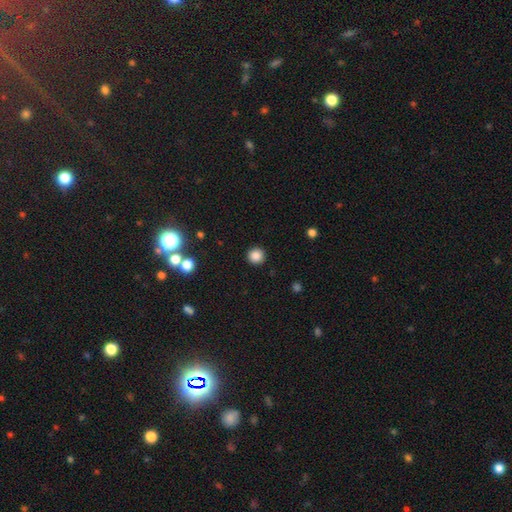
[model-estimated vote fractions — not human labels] Morphology: type=smooth (85%); roundness=round (95%); merging=none (92%).